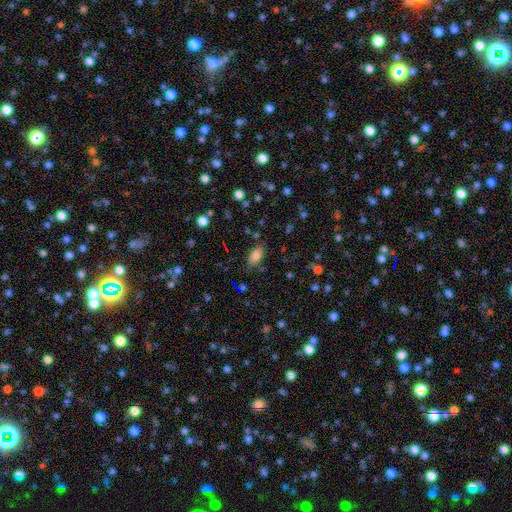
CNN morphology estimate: Smooth or featured? Predicted: smooth (p=0.81). How rounded? Predicted: in between (p=0.90). Merging? Predicted: none (p=0.80).